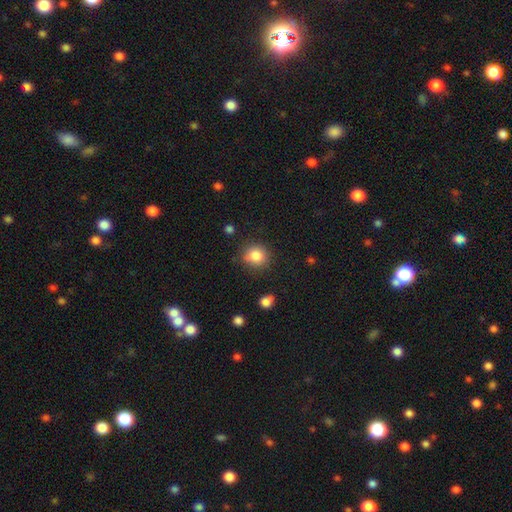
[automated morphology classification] A smooth galaxy with no disk features (84%) that is round (81%). Merging: none (79%).